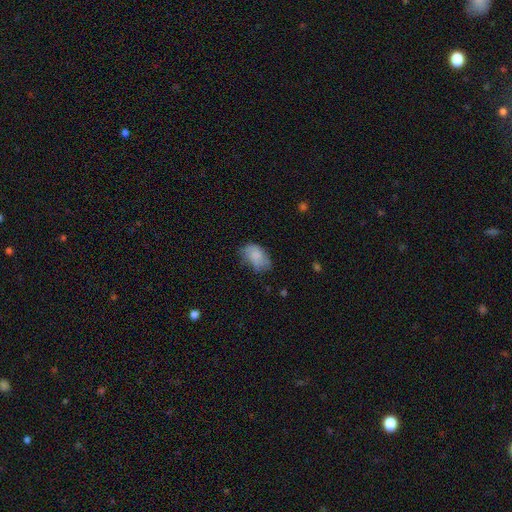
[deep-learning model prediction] The model was most divided on "merging": none: 54%, minor disturbance: 33%, major disturbance: 11%, merger: 2%. More confident: how rounded — in between (88%); smooth or featured — smooth (77%).